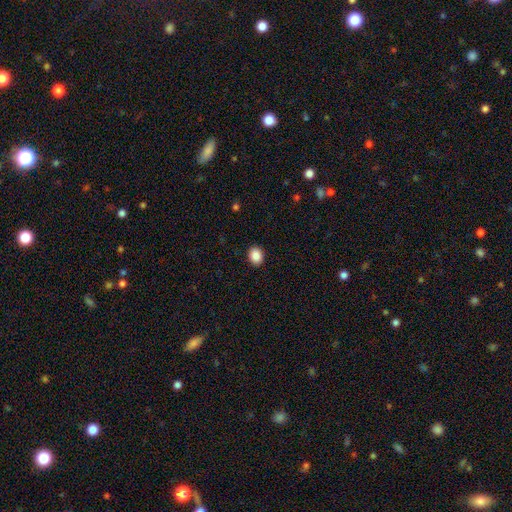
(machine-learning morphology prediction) Smooth or featured? Predicted: smooth (p=0.88). How rounded? Predicted: round (p=0.53). Merging? Predicted: none (p=0.91).